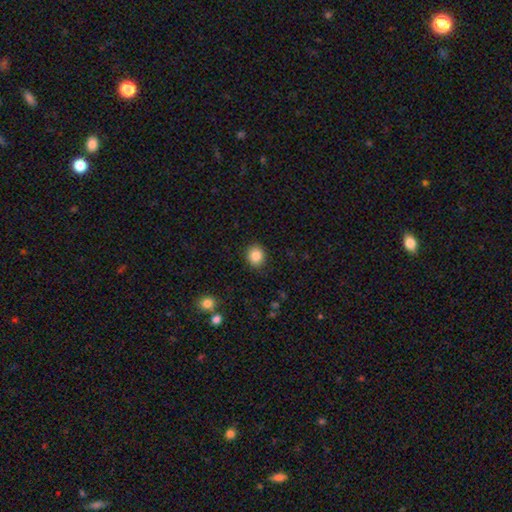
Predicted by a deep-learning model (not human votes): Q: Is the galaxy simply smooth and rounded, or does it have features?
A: smooth — 86%.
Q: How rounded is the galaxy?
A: round — 76%.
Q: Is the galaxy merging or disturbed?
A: none — 89%.